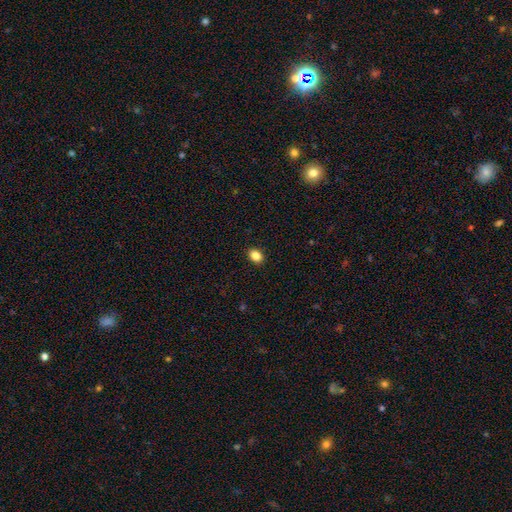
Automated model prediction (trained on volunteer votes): Smooth or featured: smooth — 86% (star or artifact — 10%)
How rounded: in between — 60% (round — 39%)
Merging: none — 91% (minor disturbance — 6%)